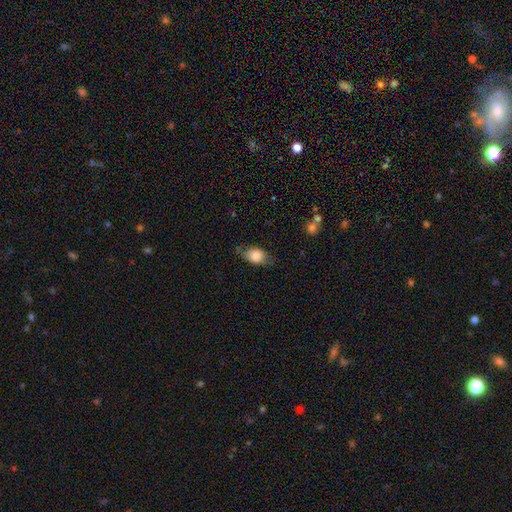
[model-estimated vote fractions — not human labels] smooth 76%, featured or disk 16%, star or artifact 7%. Down the decision tree: how rounded — in between (77%); merging — none (65%).